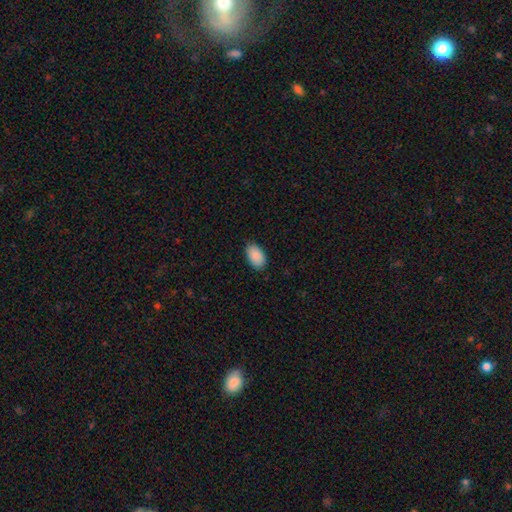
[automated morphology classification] Q: Smooth or featured?
A: smooth (90%); runner-up: star or artifact (6%)
Q: How rounded?
A: in between (95%); runner-up: round (4%)
Q: Merging?
A: none (85%); runner-up: minor disturbance (12%)